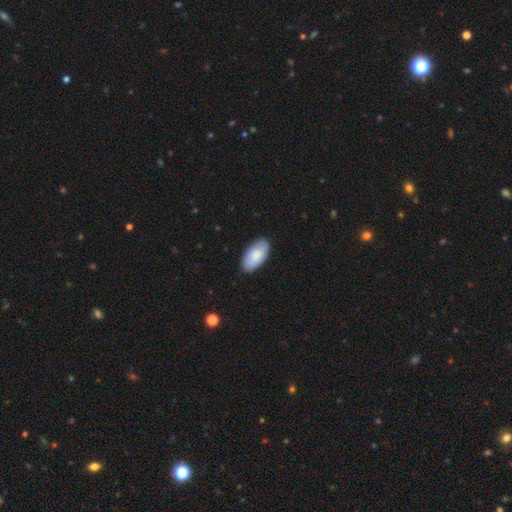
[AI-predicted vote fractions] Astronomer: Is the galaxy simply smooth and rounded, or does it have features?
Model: smooth — 82%.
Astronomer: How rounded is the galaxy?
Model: in between — 95%.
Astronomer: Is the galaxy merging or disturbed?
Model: none — 84%.